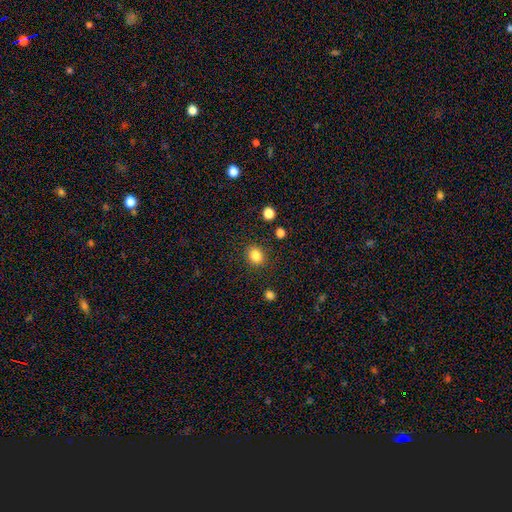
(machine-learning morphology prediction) A smooth galaxy with no disk features (84%) that is round (64%). Merging: none (87%).